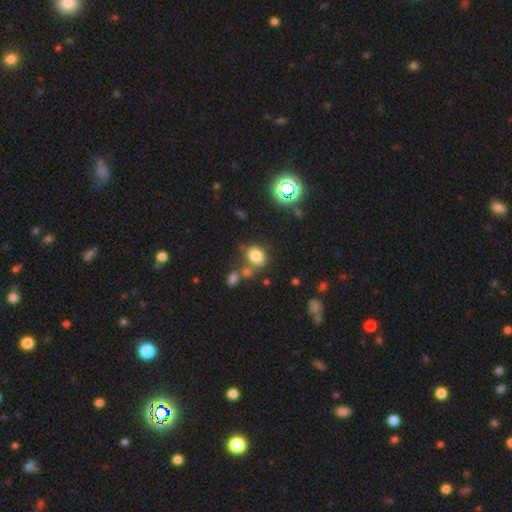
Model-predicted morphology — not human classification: Smooth or featured? smooth (76%)
How rounded? in between (56%)
Merging? none (61%)